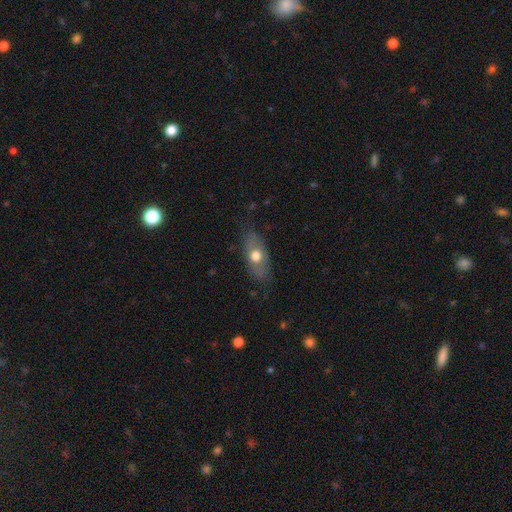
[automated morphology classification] This appears to be a smooth galaxy with no disk features (59%) that is in between round and cigar-shaped (79%). Merging: none (75%).